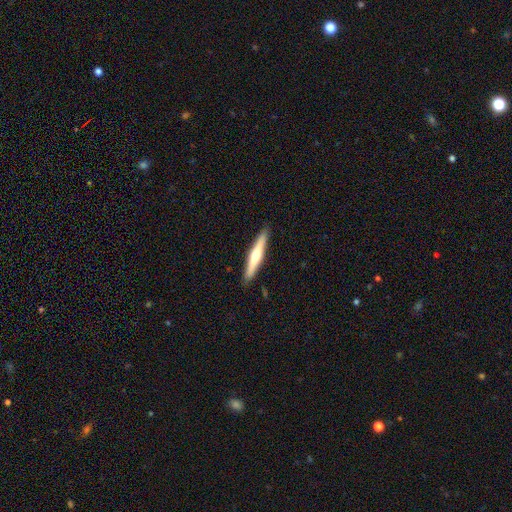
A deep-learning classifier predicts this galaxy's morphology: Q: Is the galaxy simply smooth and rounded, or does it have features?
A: featured or disk — 52%.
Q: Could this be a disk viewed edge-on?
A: yes — 97%.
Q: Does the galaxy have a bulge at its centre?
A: rounded — 80%.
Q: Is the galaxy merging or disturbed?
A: none — 91%.